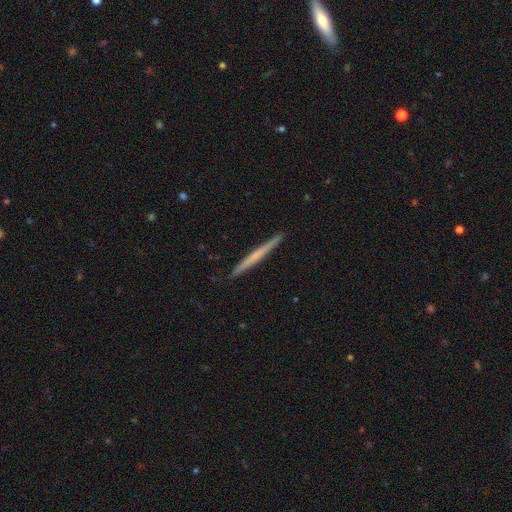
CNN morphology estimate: Q: Smooth or featured?
A: featured or disk (49%); runner-up: smooth (46%)
Q: Merging?
A: none (92%); runner-up: minor disturbance (6%)